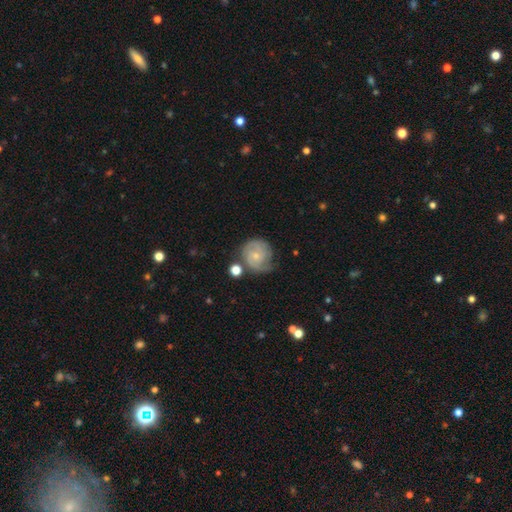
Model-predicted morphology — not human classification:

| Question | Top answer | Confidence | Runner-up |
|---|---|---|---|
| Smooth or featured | featured or disk | 65% | smooth (28%) |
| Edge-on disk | no | 98% | yes (2%) |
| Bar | no | 72% | weak (25%) |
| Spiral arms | yes | 90% | no (10%) |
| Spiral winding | tight | 54% | medium (35%) |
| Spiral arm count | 2 | 49% | can't tell (24%) |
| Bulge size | small | 71% | moderate (23%) |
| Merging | none | 58% | minor disturbance (24%) |